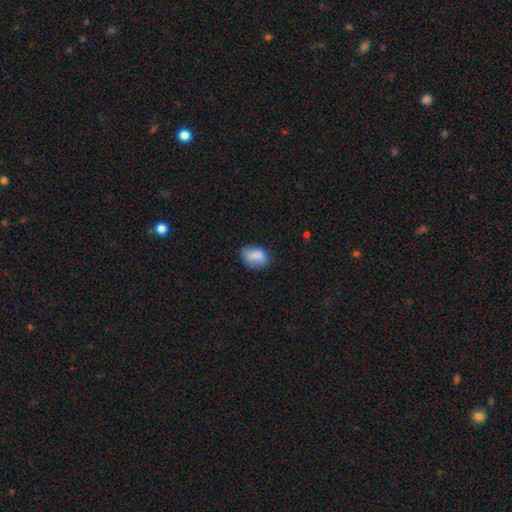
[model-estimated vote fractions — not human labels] Smooth or featured? smooth (77%)
How rounded? in between (78%)
Merging? none (65%)